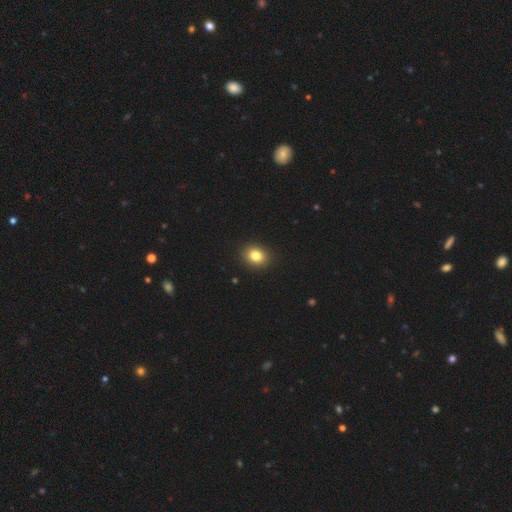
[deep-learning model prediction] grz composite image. It shows a smooth galaxy with no disk features (82%) that is round (53%). Merging: none (91%).